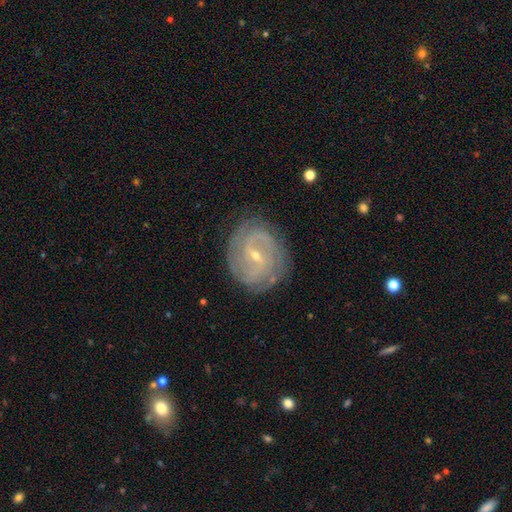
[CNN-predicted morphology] Smooth or featured: featured or disk — 86% (smooth — 8%)
Edge-on disk: no — 97% (yes — 3%)
Bar: weak — 49% (no — 29%)
Spiral arms: yes — 95% (no — 5%)
Spiral winding: tight — 53% (medium — 37%)
Spiral arm count: 2 — 52% (can't tell — 20%)
Bulge size: small — 73% (moderate — 24%)
Merging: none — 81% (minor disturbance — 13%)